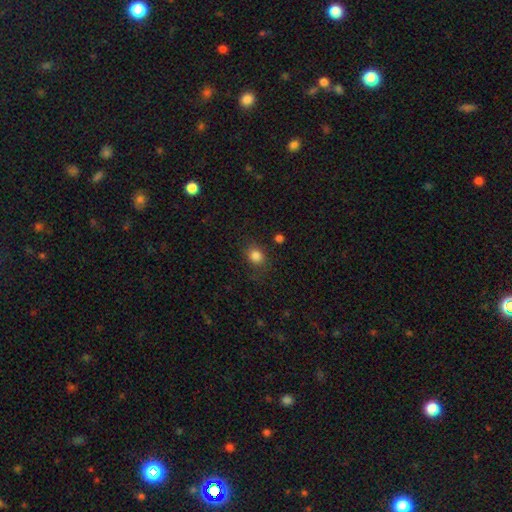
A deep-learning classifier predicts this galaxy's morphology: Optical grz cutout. It shows a smooth galaxy with no disk features (84%) that is round (63%). Merging: none (77%).